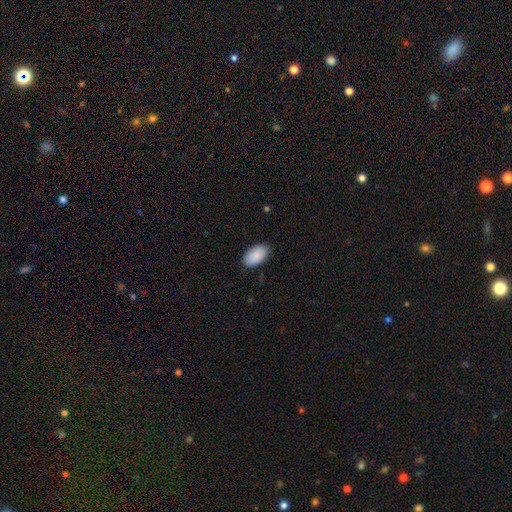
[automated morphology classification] type=smooth (91%); roundness=in between (95%); merging=none (88%).